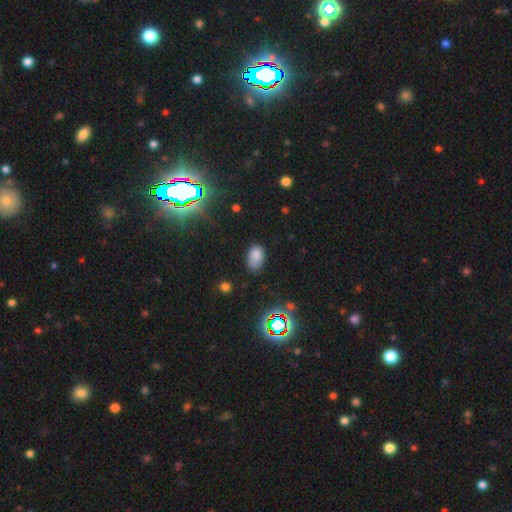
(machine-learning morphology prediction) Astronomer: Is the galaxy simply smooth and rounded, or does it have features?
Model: smooth — 78%.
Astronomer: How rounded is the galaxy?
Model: in between — 90%.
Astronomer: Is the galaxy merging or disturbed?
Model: none — 67%.